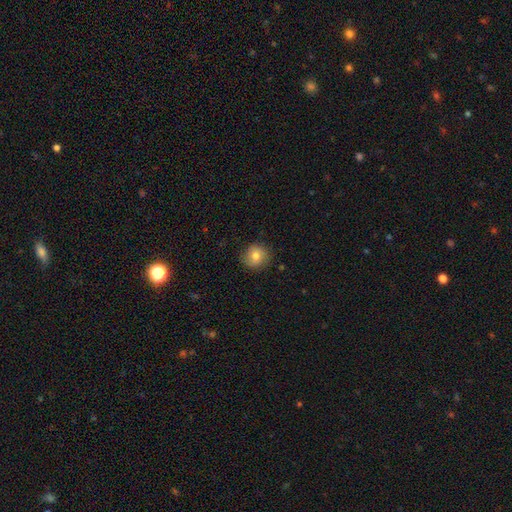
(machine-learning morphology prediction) Smooth or featured: smooth — 71% (featured or disk — 20%)
How rounded: round — 87% (in between — 12%)
Merging: none — 82% (minor disturbance — 13%)